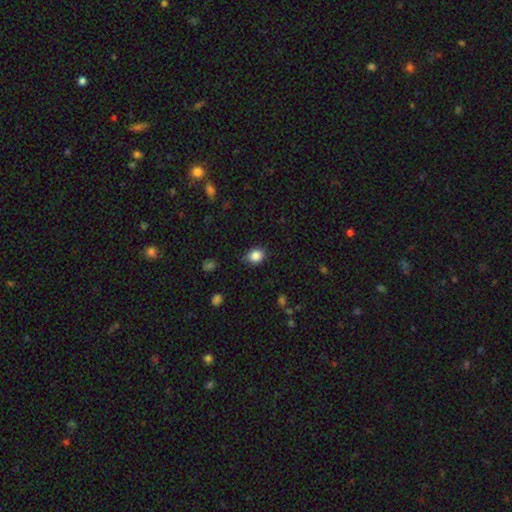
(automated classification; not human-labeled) Smooth or featured: smooth — 86% (star or artifact — 10%)
How rounded: round — 53% (in between — 46%)
Merging: none — 80% (minor disturbance — 16%)